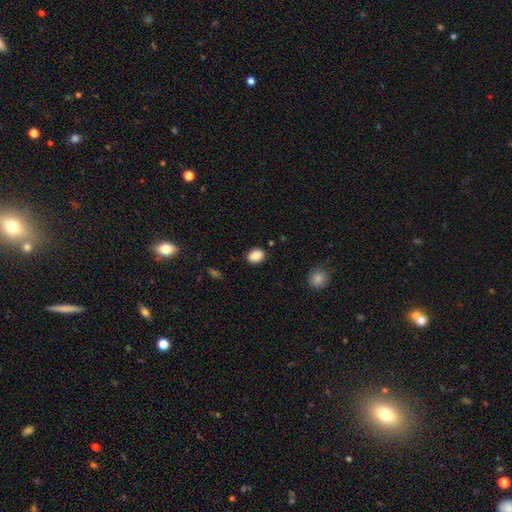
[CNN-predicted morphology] smooth 88%, star or artifact 8%, featured or disk 4%. Down the decision tree: how rounded — in between (61%); merging — none (87%).